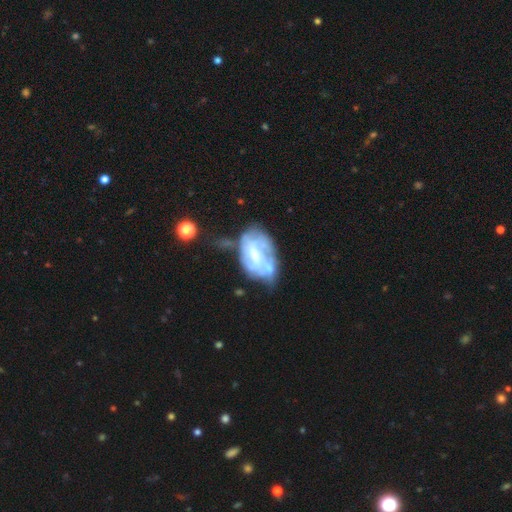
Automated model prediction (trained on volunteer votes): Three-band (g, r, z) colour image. It shows a featured or disk galaxy (75%) with a weak bar (47%), spiral arms (67%) and a moderate central bulge (51%). Merging: none (35%).